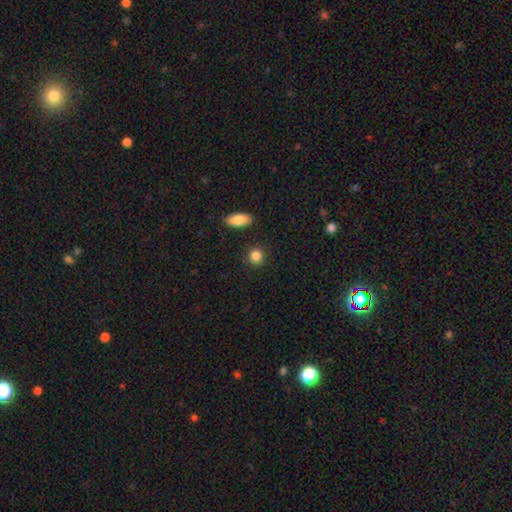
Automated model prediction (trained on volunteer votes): smooth_or_featured: smooth (p=0.87) [alt: star or artifact p=0.09]
how_rounded: round (p=0.81) [alt: in between p=0.17]
merging: none (p=0.89) [alt: minor disturbance p=0.06]